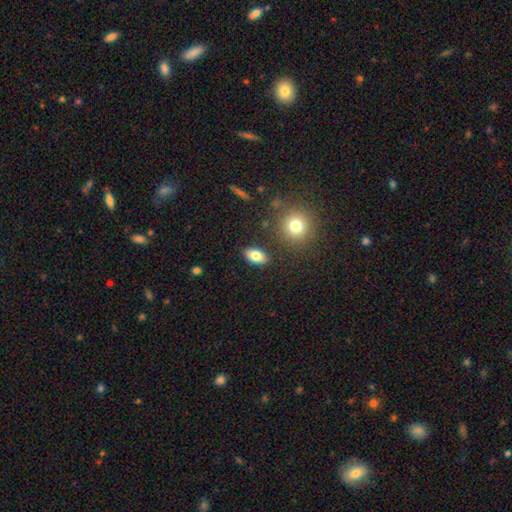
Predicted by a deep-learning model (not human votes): This is likely a smooth galaxy (80%). How rounded: clearly in between (90%). Merging: clearly none (85%).